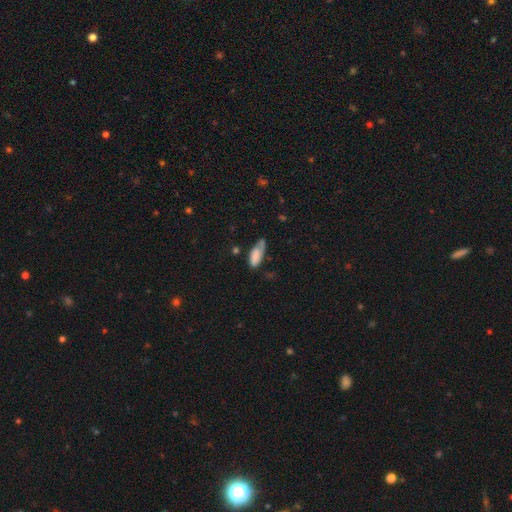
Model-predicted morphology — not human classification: Smooth or featured? Predicted: smooth (p=0.78). How rounded? Predicted: in between (p=0.75). Merging? Predicted: none (p=0.41).